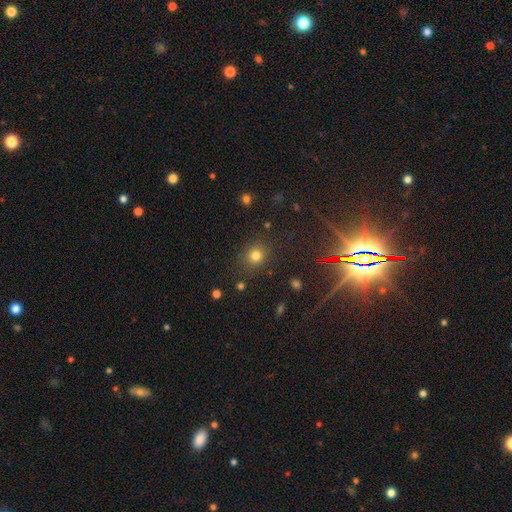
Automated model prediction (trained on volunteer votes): This appears to be a smooth galaxy with no disk features (76%) that is round (84%). Merging: none (85%).